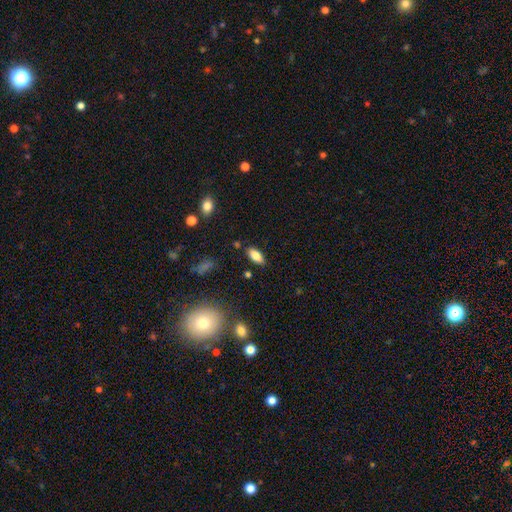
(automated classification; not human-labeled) Smooth or featured: smooth — 82% (featured or disk — 9%)
How rounded: in between — 89% (cigar-shaped — 8%)
Merging: none — 84% (minor disturbance — 11%)